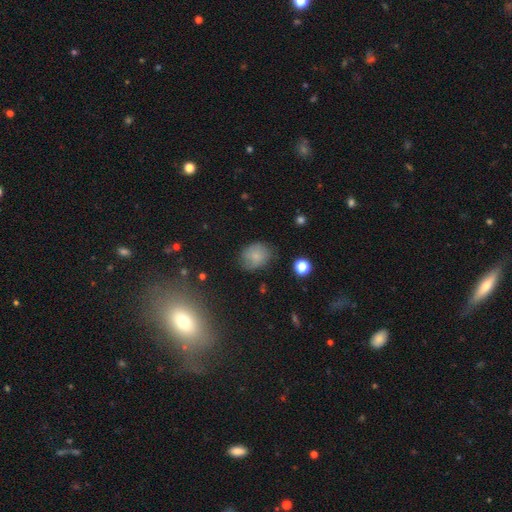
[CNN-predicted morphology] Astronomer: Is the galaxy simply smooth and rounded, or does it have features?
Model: smooth — 75%.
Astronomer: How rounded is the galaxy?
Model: round — 51% (runner-up: in between, 48%).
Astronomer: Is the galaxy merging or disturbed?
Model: none — 71%.